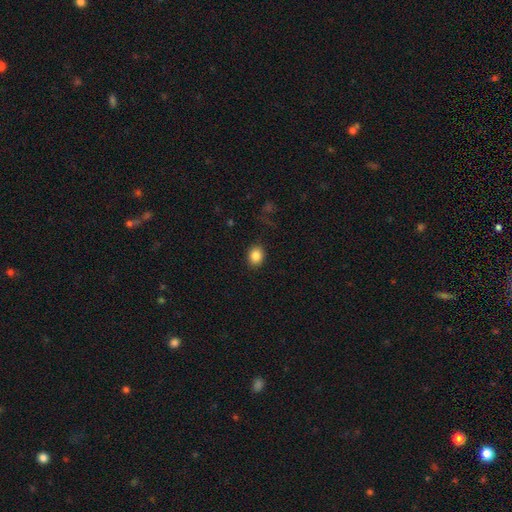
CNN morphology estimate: This is clearly a smooth galaxy (86%). How rounded: possibly round (59%). Merging: clearly none (88%).